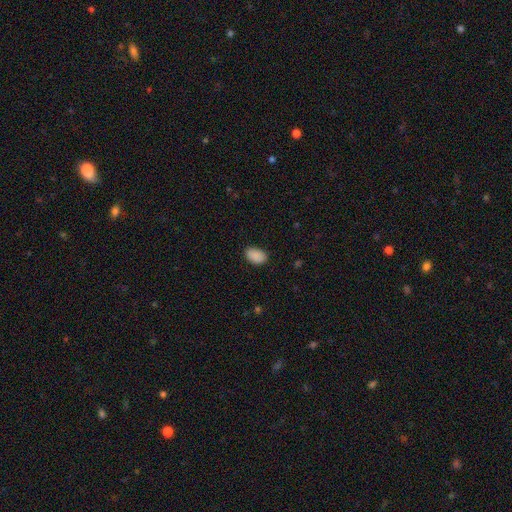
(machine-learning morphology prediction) Smooth or featured: smooth — 89% (star or artifact — 8%)
How rounded: in between — 89% (round — 10%)
Merging: none — 82% (minor disturbance — 14%)